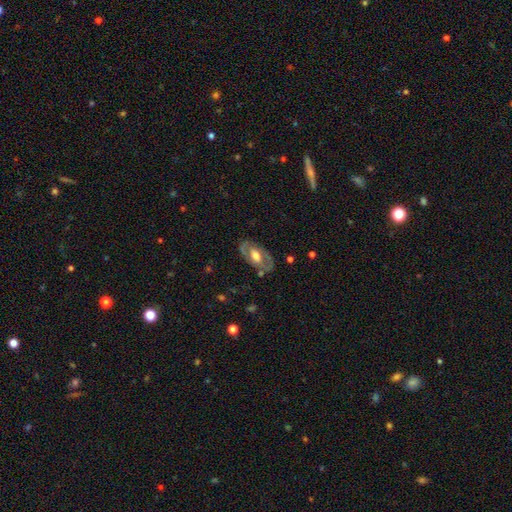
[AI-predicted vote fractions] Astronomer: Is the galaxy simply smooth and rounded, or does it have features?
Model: featured or disk — 64%.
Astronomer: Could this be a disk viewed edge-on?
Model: no — 91%.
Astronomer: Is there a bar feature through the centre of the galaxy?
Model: no — 52% (runner-up: weak, 32%).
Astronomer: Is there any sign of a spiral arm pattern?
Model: no — 57% (runner-up: yes, 43%).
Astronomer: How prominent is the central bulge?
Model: moderate — 60%.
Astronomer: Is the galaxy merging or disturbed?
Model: none — 77%.